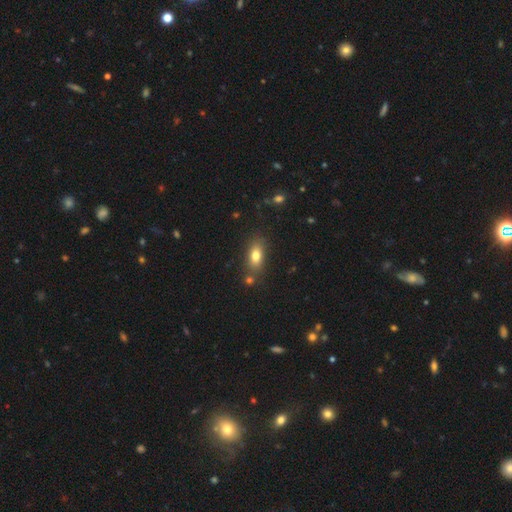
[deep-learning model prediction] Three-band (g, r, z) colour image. It shows a smooth galaxy with no disk features (78%) that is in between round and cigar-shaped (82%). Merging: none (76%).